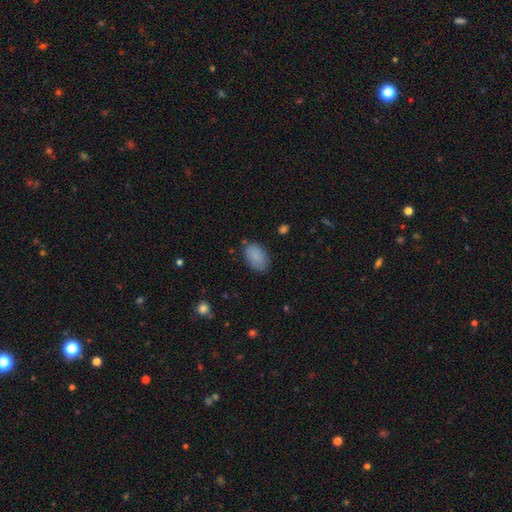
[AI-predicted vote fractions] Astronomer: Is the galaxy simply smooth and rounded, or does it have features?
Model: smooth — 88%.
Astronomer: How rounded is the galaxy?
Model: in between — 90%.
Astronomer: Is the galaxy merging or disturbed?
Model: none — 80%.